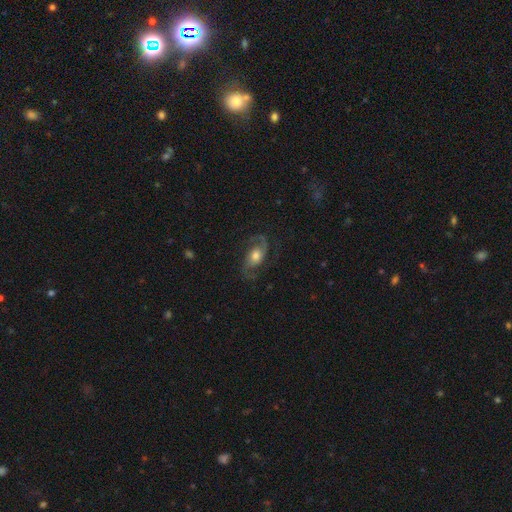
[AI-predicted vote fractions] A featured or disk galaxy (80%) with no bar (64%), 2 (87%) medium (49%) spiral arms (95%) and a moderate central bulge (65%). Merging: none (71%).